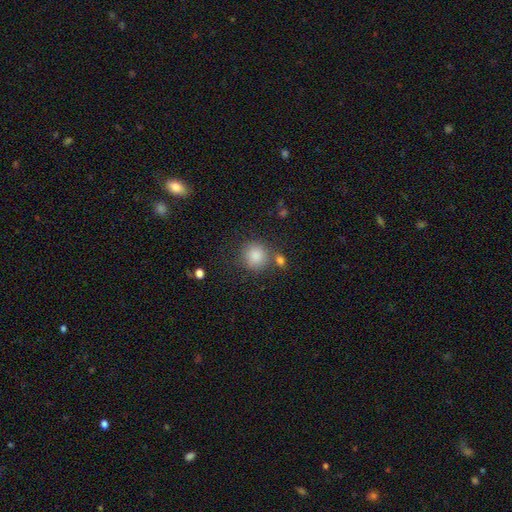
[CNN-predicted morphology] Smooth or featured: smooth — 86% (star or artifact — 9%)
How rounded: round — 90% (in between — 9%)
Merging: none — 73% (minor disturbance — 12%)